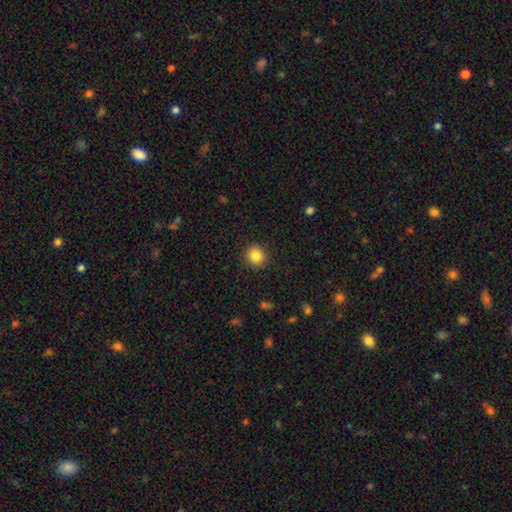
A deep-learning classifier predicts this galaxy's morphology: smooth 85%, star or artifact 10%, featured or disk 5%. Down the decision tree: how rounded — round (88%); merging — none (90%).